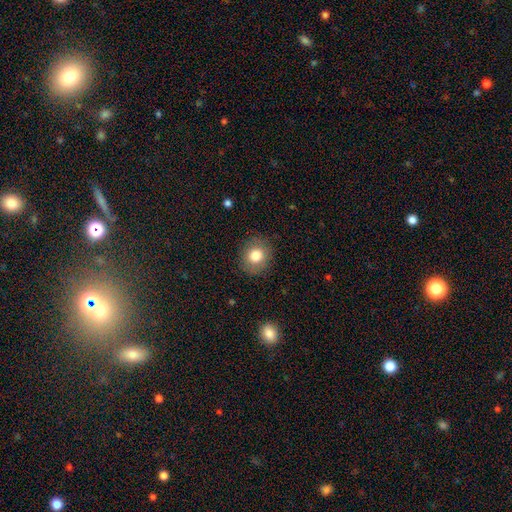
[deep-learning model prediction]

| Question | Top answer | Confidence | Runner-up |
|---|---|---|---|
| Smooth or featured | smooth | 80% | featured or disk (10%) |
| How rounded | round | 81% | in between (18%) |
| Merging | none | 87% | minor disturbance (9%) |